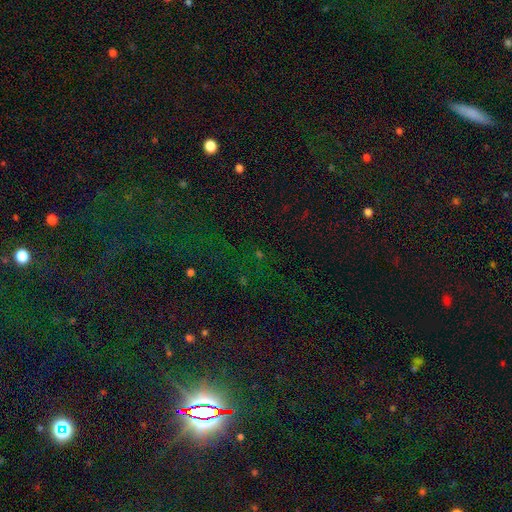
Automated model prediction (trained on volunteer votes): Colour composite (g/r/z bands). It shows a star or artifact, not a galaxy (82%).